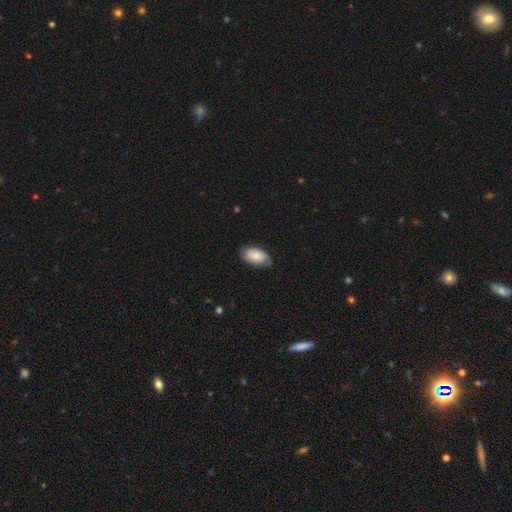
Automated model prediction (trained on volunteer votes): Smooth or featured: smooth — 74% (featured or disk — 20%)
How rounded: in between — 94% (round — 4%)
Merging: none — 70% (minor disturbance — 24%)